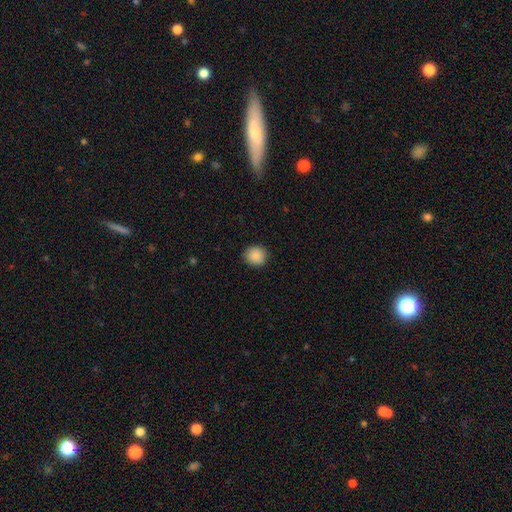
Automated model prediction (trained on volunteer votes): This is clearly a smooth galaxy (89%). How rounded: clearly round (85%). Merging: clearly none (87%).